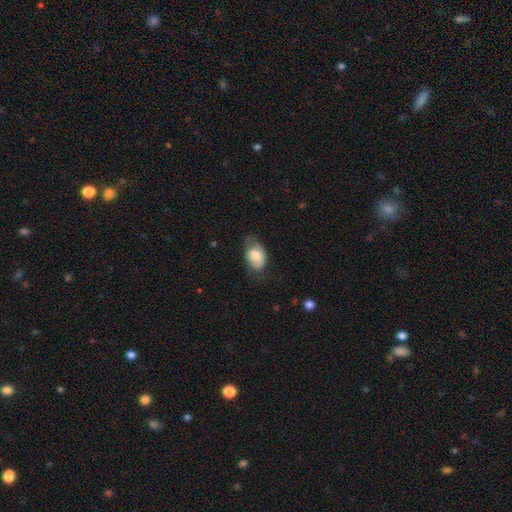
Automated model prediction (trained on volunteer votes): Q: Smooth or featured?
A: smooth (73%); runner-up: featured or disk (20%)
Q: How rounded?
A: in between (85%); runner-up: round (14%)
Q: Merging?
A: none (51%); runner-up: minor disturbance (32%)